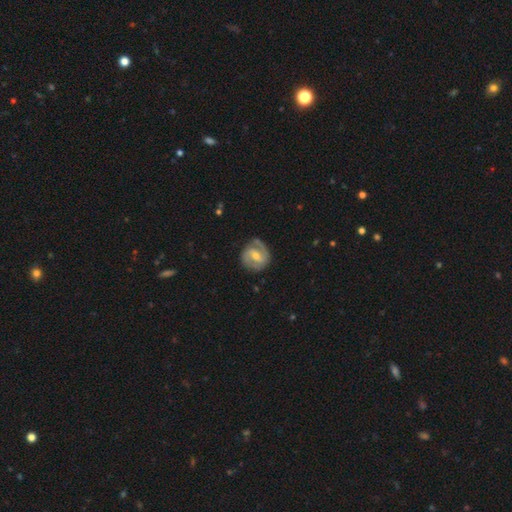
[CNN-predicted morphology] Smooth or featured? Predicted: featured or disk (p=0.77). Edge-on disk? Predicted: no (p=0.97). Bar? Predicted: weak (p=0.51). Spiral arms? Predicted: yes (p=0.90). Spiral winding? Predicted: medium (p=0.45). Spiral arm count? Predicted: 2 (p=0.81). Bulge size? Predicted: moderate (p=0.53). Merging? Predicted: none (p=0.76).